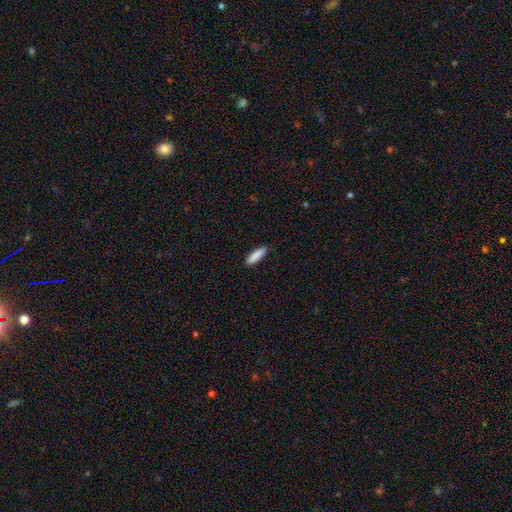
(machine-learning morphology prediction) Overall: smooth (88%). How rounded: cigar-shaped (70%). Merging: none (87%).